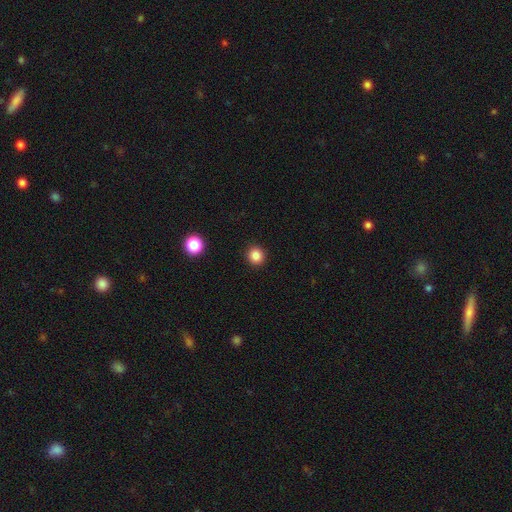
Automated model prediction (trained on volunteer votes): Overall: smooth (84%). How rounded: round (91%). Merging: none (93%).